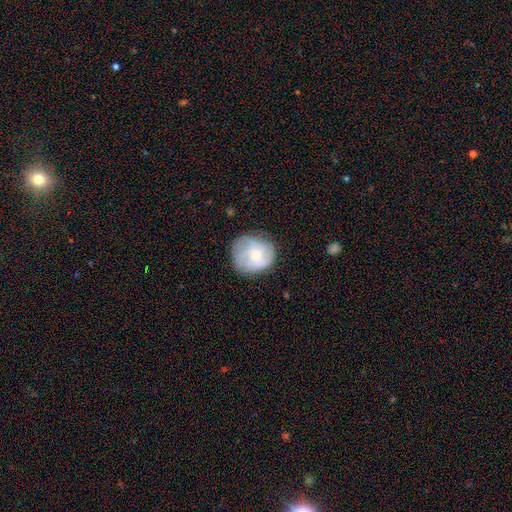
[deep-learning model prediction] A featured or disk galaxy (47%).

Vote fractions:
- Smooth or featured? featured or disk: 47% / smooth: 46% / star or artifact: 7%
- Merging? none: 71% / minor disturbance: 19% / major disturbance: 8% / merger: 1%